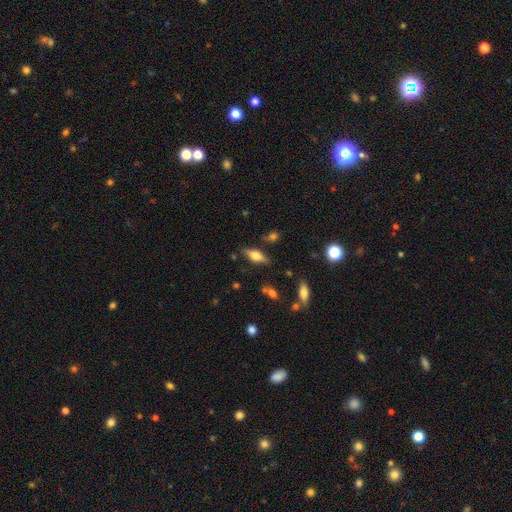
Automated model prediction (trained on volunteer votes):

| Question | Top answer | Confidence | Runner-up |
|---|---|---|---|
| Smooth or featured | smooth | 47% | featured or disk (44%) |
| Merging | none | 78% | minor disturbance (14%) |